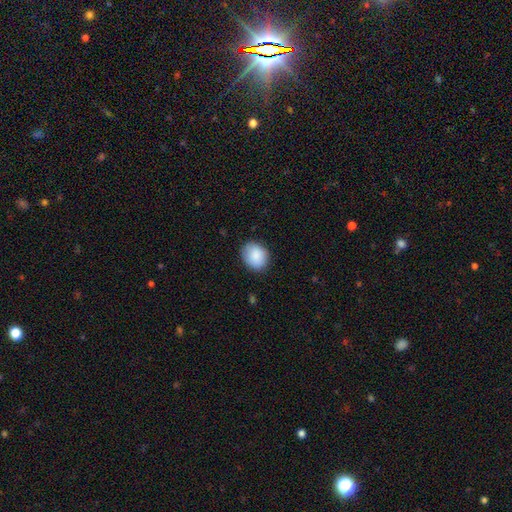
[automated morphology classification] smooth-or-featured: smooth: 88% | star or artifact: 7% | featured or disk: 5%
  how-rounded: round: 51% | in between: 48% | cigar-shaped: 1%
  merging: none: 81% | minor disturbance: 15% | major disturbance: 3% | merger: 1%